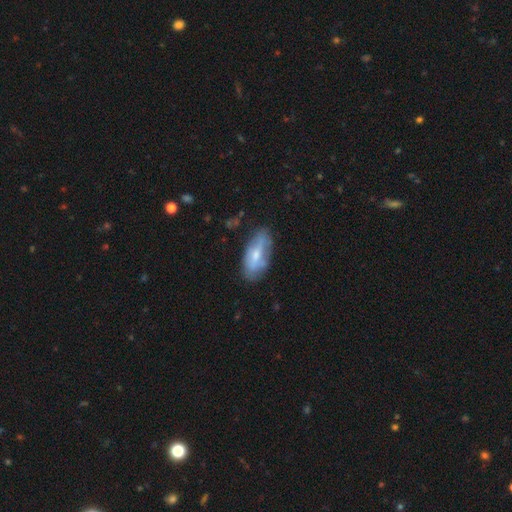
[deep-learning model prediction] Smooth or featured?
  - smooth: 54% *
  - featured or disk: 39%
  - star or artifact: 7%
How rounded?
  - in between: 79% *
  - cigar-shaped: 19%
  - round: 2%
Merging?
  - none: 70% *
  - minor disturbance: 22%
  - major disturbance: 6%
  - merger: 2%